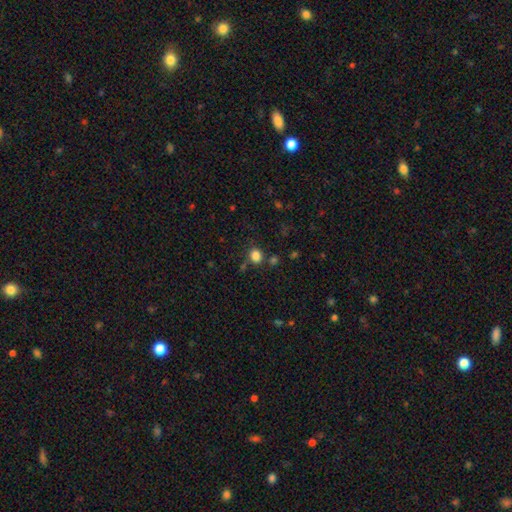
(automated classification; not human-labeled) This appears to be a smooth galaxy with no disk features (83%) that is round (58%). Merging: none (78%).